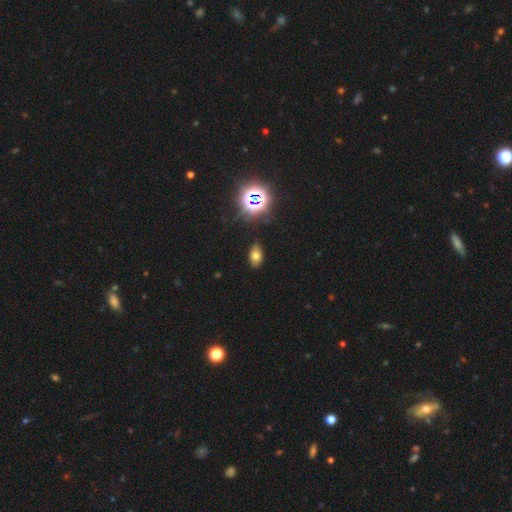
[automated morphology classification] smooth_or_featured: smooth (p=0.64) [alt: star or artifact p=0.24]
how_rounded: in between (p=0.89) [alt: round p=0.09]
merging: none (p=0.85) [alt: minor disturbance p=0.11]